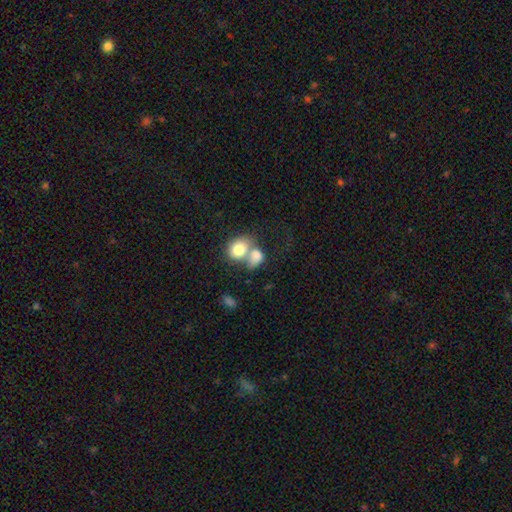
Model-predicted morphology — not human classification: smooth-or-featured: smooth: 77% | featured or disk: 15% | star or artifact: 8%
  how-rounded: in between: 56% | round: 43% | cigar-shaped: 1%
  merging: merger: 69% | none: 17% | minor disturbance: 7% | major disturbance: 6%